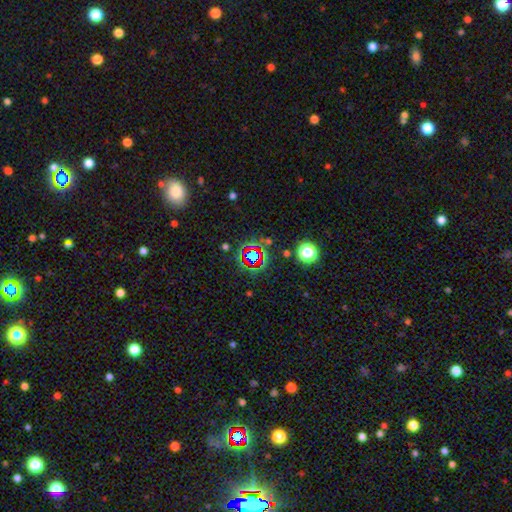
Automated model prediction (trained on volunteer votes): A star or artifact, not a galaxy (65%).